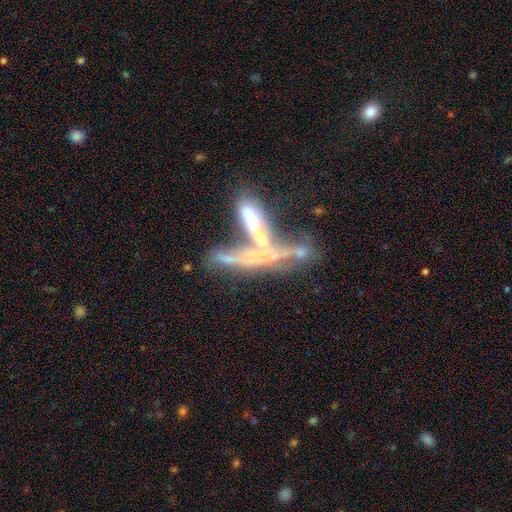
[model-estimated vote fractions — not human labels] Smooth or featured? featured or disk (61%)
Edge-on disk? no (51%)
Merging? merger (53%)